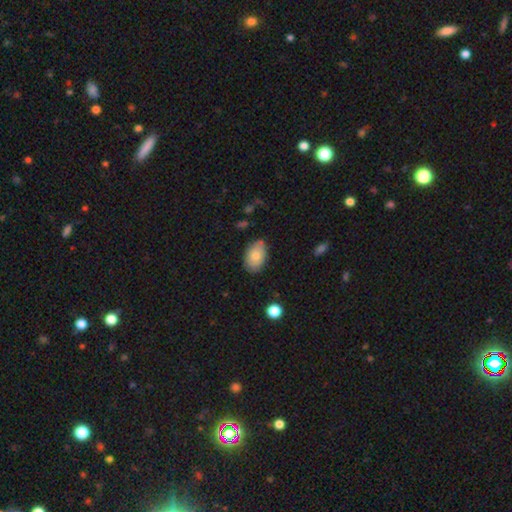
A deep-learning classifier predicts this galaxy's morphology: smooth_or_featured: smooth (p=0.75) [alt: featured or disk p=0.18]
how_rounded: in between (p=0.90) [alt: round p=0.09]
merging: none (p=0.77) [alt: minor disturbance p=0.18]